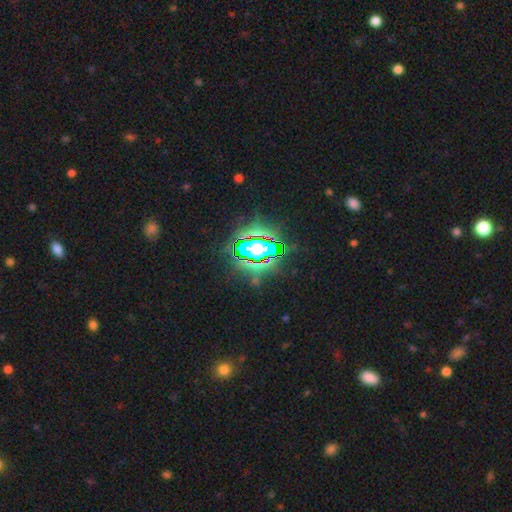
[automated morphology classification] Smooth or featured: star or artifact — 82% (smooth — 11%)